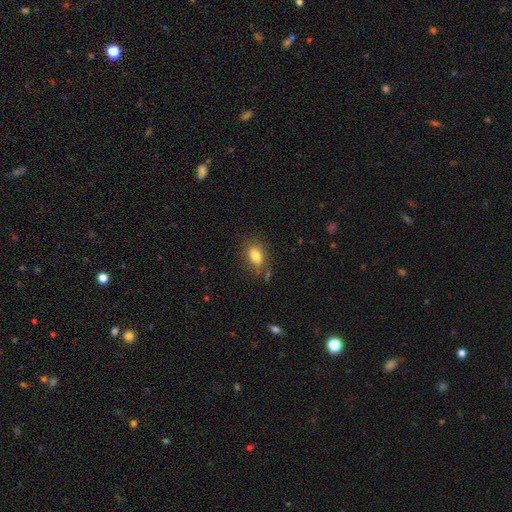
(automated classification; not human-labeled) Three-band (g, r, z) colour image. It shows a smooth galaxy with no disk features (81%) that is in between round and cigar-shaped (80%). Merging: none (76%).